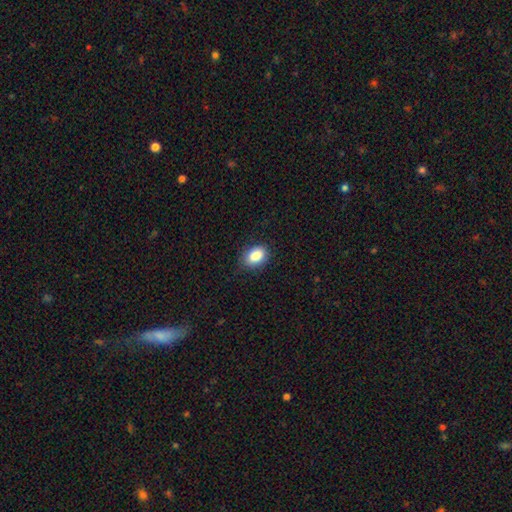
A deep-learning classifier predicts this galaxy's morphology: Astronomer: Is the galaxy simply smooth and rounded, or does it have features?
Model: smooth — 87%.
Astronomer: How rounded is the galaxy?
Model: in between — 81%.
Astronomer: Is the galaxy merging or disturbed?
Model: none — 83%.